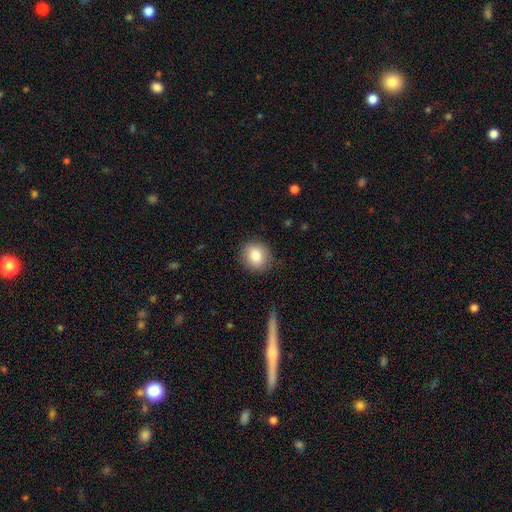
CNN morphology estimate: smooth_or_featured: smooth (p=0.83) [alt: star or artifact p=0.09]
how_rounded: round (p=0.78) [alt: in between p=0.21]
merging: none (p=0.87) [alt: minor disturbance p=0.09]